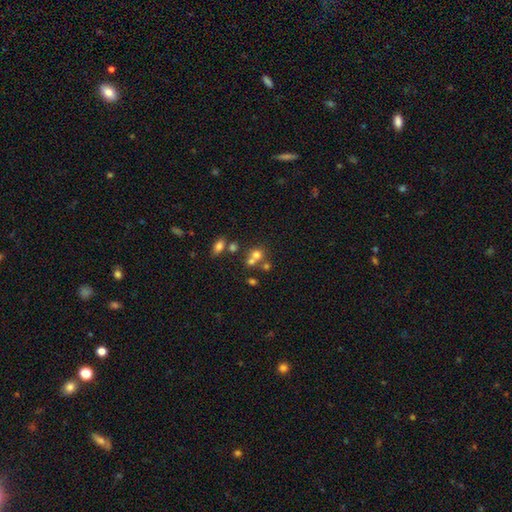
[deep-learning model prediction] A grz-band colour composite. It shows a smooth galaxy with no disk features (65%) that is round (78%). Merging: merger (47%).